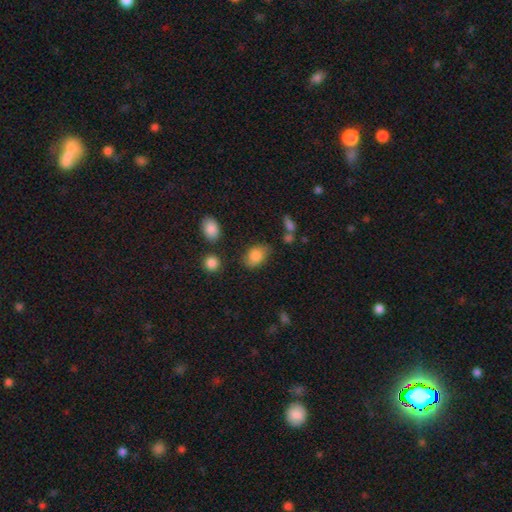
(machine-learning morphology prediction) A smooth galaxy with no disk features (83%) that is in between round and cigar-shaped (83%). Merging: none (69%).